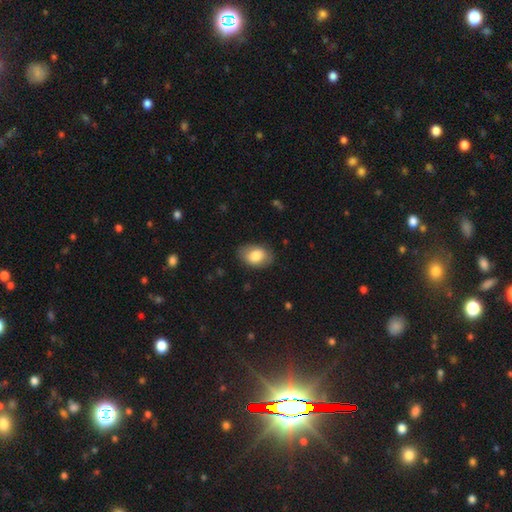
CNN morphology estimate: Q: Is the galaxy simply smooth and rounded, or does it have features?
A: smooth — 81%.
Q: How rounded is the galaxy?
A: in between — 82%.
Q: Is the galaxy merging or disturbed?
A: none — 80%.